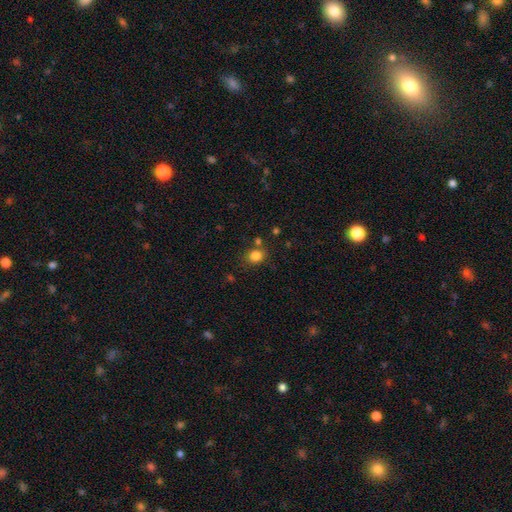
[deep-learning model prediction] A smooth galaxy with no disk features (82%) that is round (64%).

Vote fractions:
- Smooth or featured? smooth: 82% / star or artifact: 12% / featured or disk: 5%
- How rounded? round: 64% / in between: 35% / cigar-shaped: 1%
- Merging? none: 73% / minor disturbance: 12% / merger: 10% / major disturbance: 4%